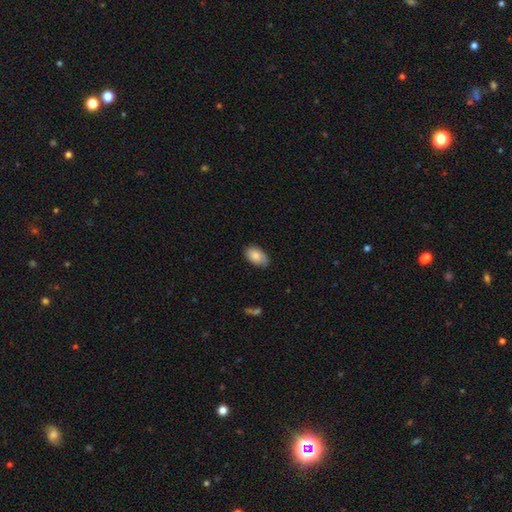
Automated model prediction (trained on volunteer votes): smooth_or_featured: smooth (p=0.81) [alt: featured or disk p=0.12]
how_rounded: in between (p=0.93) [alt: round p=0.06]
merging: none (p=0.78) [alt: minor disturbance p=0.18]